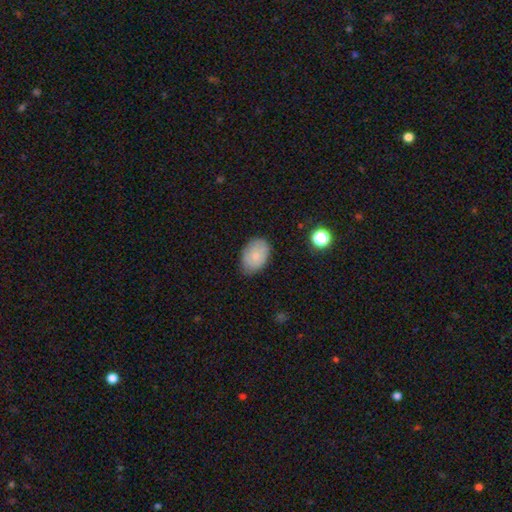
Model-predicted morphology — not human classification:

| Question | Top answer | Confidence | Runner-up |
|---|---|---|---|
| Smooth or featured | smooth | 80% | featured or disk (13%) |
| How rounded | in between | 85% | round (13%) |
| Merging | none | 77% | minor disturbance (18%) |